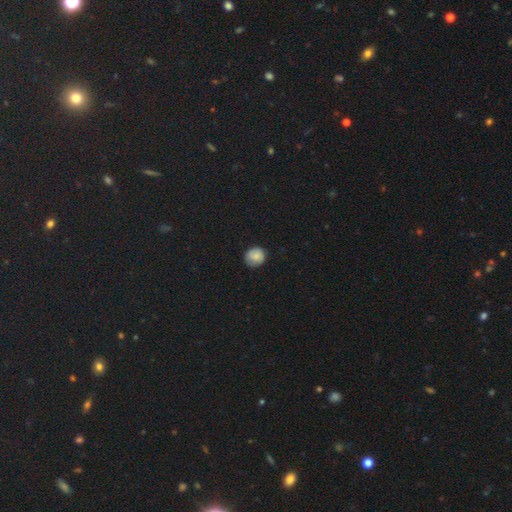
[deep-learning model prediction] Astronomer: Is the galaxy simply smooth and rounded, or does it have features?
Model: smooth — 82%.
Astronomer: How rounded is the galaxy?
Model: round — 84%.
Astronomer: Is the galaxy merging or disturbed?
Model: none — 81%.